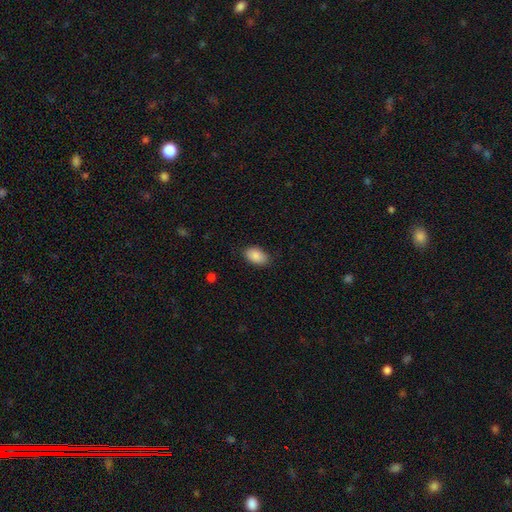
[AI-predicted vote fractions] Smooth or featured? smooth (88%)
How rounded? in between (92%)
Merging? none (86%)